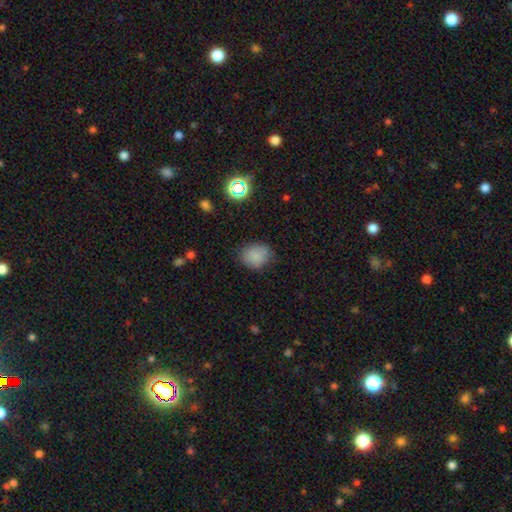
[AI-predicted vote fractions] Overall: smooth (82%). How rounded: round (50%; in between 49%). Merging: none (74%).